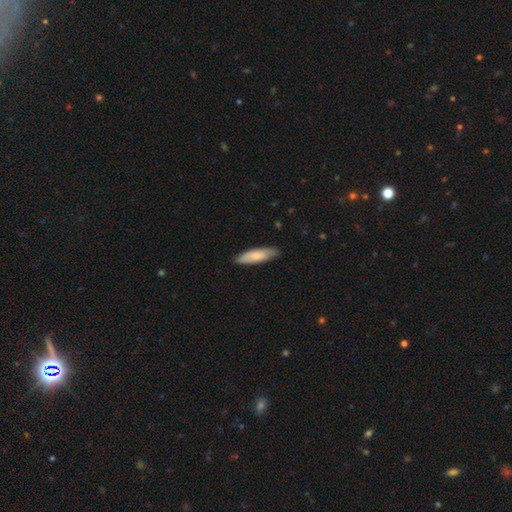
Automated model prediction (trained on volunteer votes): Morphology: type=smooth (76%); roundness=cigar-shaped (57%); merging=none (86%).